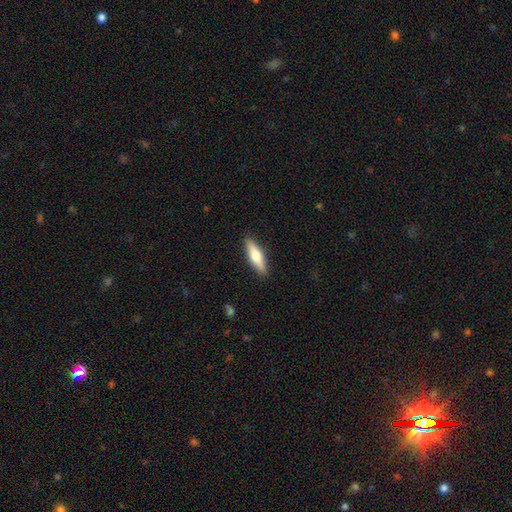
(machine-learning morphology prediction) The model was most divided on "smooth or featured": smooth: 61%, featured or disk: 34%, star or artifact: 6%. More confident: merging — none (89%); how rounded — cigar-shaped (66%).